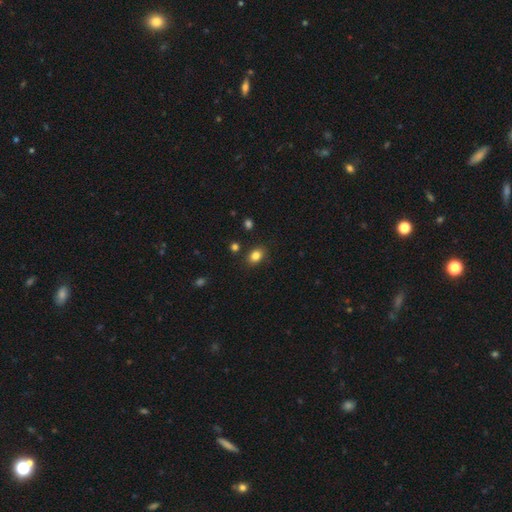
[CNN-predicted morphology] smooth 83%, star or artifact 11%, featured or disk 6%. Down the decision tree: how rounded — in between (69%); merging — none (84%).